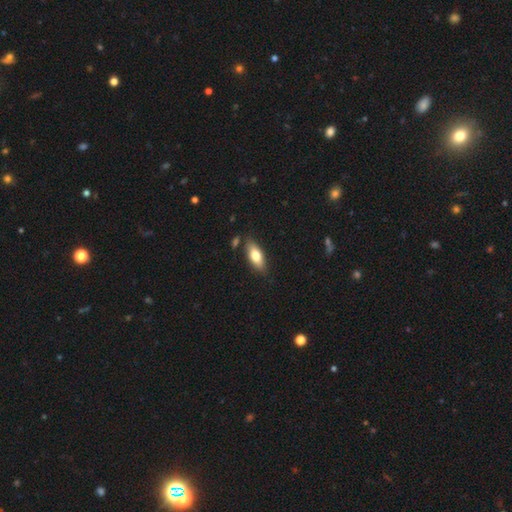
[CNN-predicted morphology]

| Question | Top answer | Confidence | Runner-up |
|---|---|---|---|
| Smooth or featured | smooth | 73% | featured or disk (21%) |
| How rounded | in between | 76% | cigar-shaped (21%) |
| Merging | none | 81% | minor disturbance (12%) |